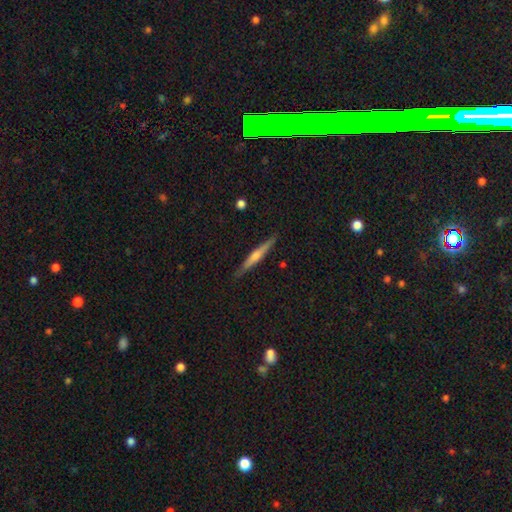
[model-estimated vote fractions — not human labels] featured or disk 68%, smooth 25%, star or artifact 6%. Down the decision tree: edge-on disk — yes (98%); edge-on bulge — rounded (69%); merging — none (90%).